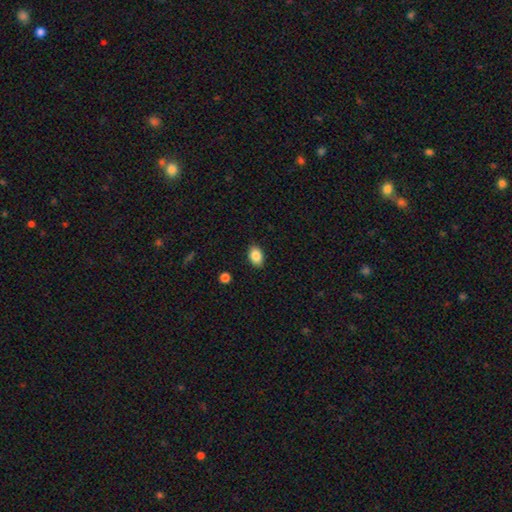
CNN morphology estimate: This is clearly a smooth galaxy (86%). How rounded: clearly in between (84%). Merging: clearly none (88%).